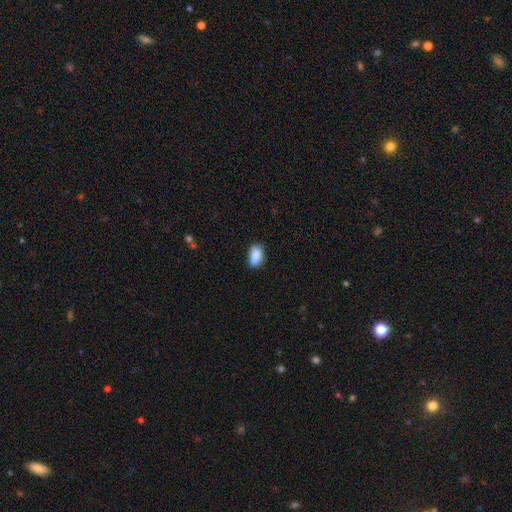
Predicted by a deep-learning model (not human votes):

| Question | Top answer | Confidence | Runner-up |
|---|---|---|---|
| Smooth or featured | smooth | 82% | featured or disk (9%) |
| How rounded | in between | 86% | round (11%) |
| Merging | none | 58% | minor disturbance (22%) |